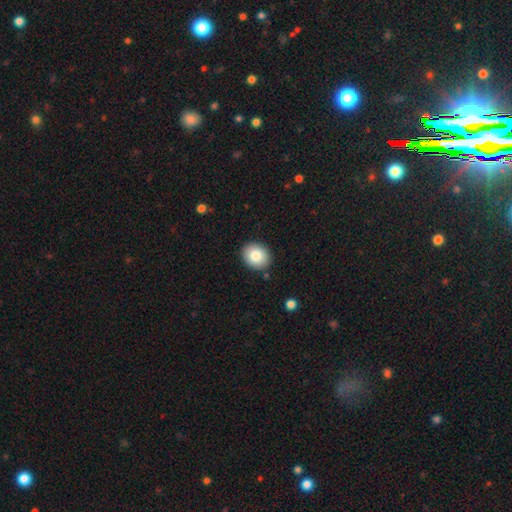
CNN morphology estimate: type=smooth (83%); roundness=round (60%); merging=none (89%).